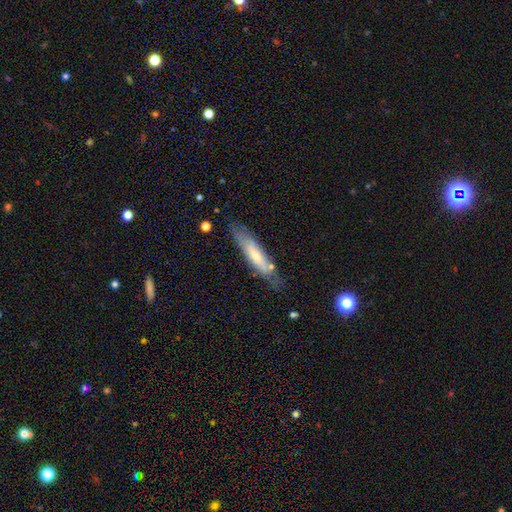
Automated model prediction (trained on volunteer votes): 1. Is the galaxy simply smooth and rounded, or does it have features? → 55% smooth, 38% featured or disk, 6% star or artifact.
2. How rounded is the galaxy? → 79% cigar-shaped, 19% in between, 1% round.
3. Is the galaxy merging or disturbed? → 71% none, 20% minor disturbance, 5% major disturbance, 4% merger.